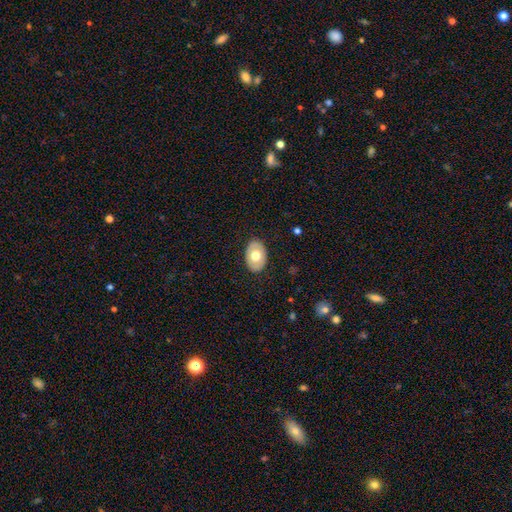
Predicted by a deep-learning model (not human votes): A smooth galaxy with no disk features (66%) that is in between round and cigar-shaped (85%).

Vote fractions:
- Smooth or featured? smooth: 66% / featured or disk: 28% / star or artifact: 6%
- How rounded? in between: 85% / round: 14% / cigar-shaped: 1%
- Merging? none: 87% / minor disturbance: 10% / major disturbance: 2% / merger: 1%